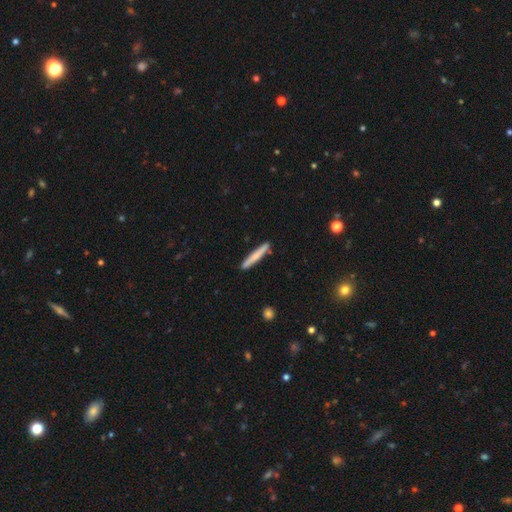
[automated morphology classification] This is likely a smooth galaxy (69%). How rounded: clearly cigar-shaped (96%). Merging: clearly none (89%).